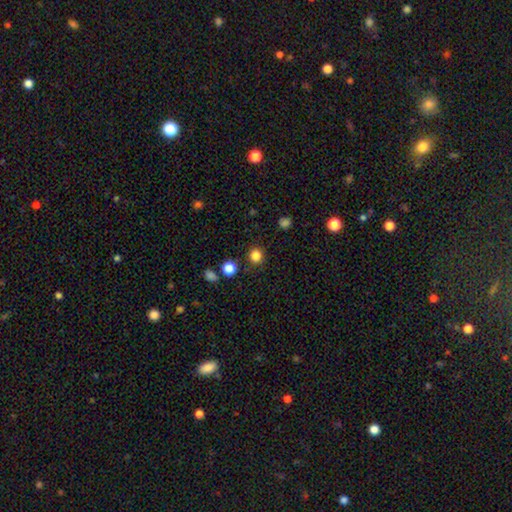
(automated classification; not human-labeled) Smooth or featured?
  - smooth: 83% *
  - star or artifact: 13%
  - featured or disk: 4%
How rounded?
  - round: 91% *
  - in between: 8%
  - cigar-shaped: 1%
Merging?
  - none: 88% *
  - minor disturbance: 7%
  - merger: 2%
  - major disturbance: 2%